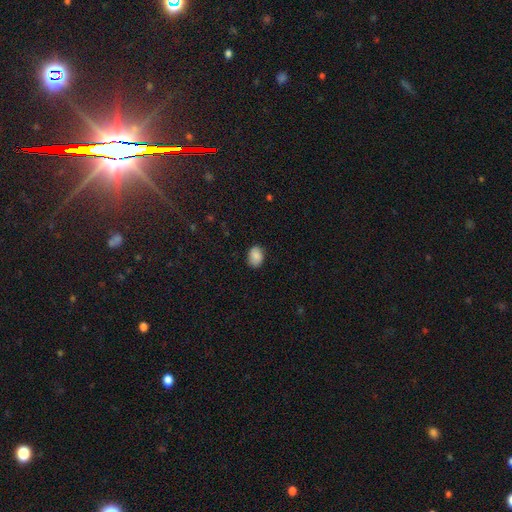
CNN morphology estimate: Q: Smooth or featured?
A: smooth (86%); runner-up: star or artifact (8%)
Q: How rounded?
A: in between (77%); runner-up: round (22%)
Q: Merging?
A: none (83%); runner-up: minor disturbance (14%)